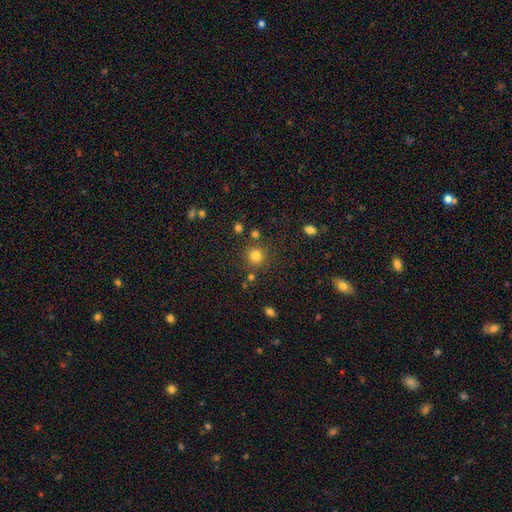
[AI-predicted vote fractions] A smooth galaxy with no disk features (80%) that is round (92%).

Vote fractions:
- Smooth or featured? smooth: 80% / star or artifact: 15% / featured or disk: 6%
- How rounded? round: 92% / in between: 7% / cigar-shaped: 1%
- Merging? none: 83% / minor disturbance: 8% / merger: 6% / major disturbance: 3%